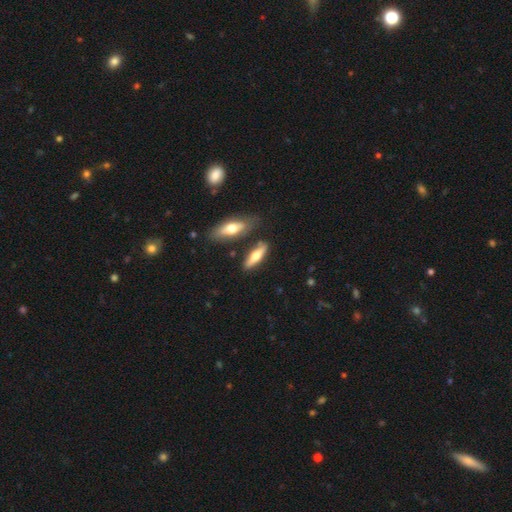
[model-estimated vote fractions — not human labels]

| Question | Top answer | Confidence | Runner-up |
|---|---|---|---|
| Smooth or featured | smooth | 50% | featured or disk (45%) |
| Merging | none | 75% | minor disturbance (13%) |